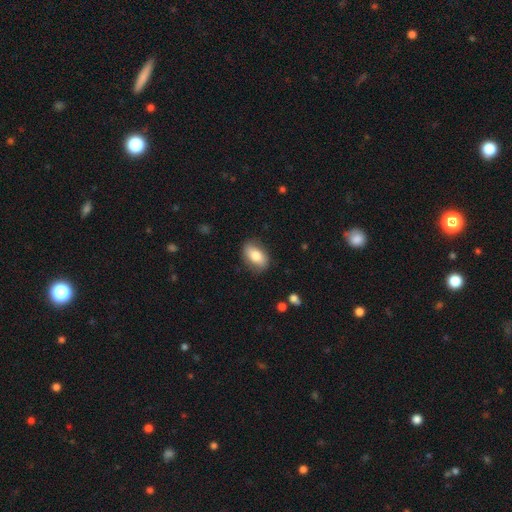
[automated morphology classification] Smooth or featured: smooth — 78% (featured or disk — 15%)
How rounded: in between — 87% (round — 10%)
Merging: none — 81% (minor disturbance — 14%)